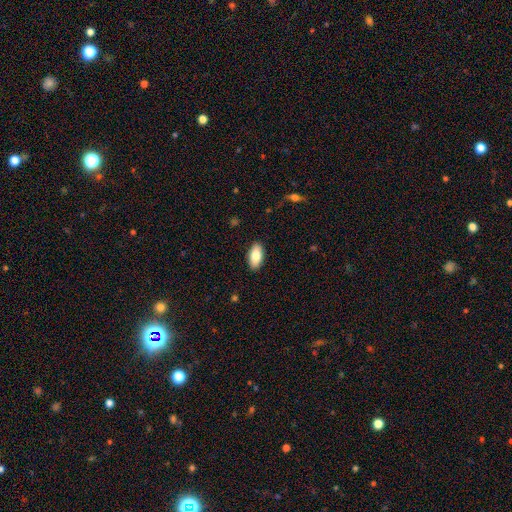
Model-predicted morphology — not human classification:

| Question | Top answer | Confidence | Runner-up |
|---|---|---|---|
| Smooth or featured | smooth | 81% | featured or disk (13%) |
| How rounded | in between | 91% | cigar-shaped (6%) |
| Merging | none | 89% | minor disturbance (8%) |